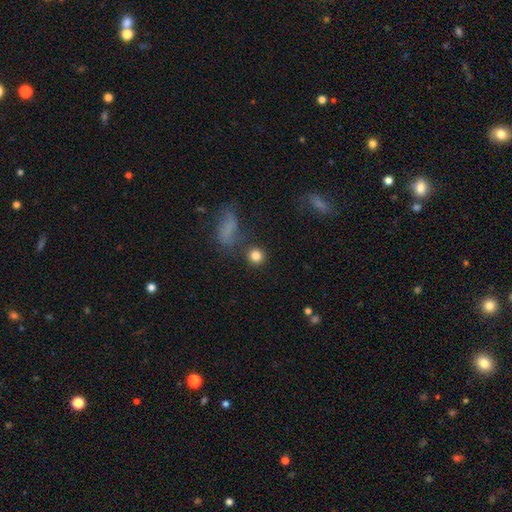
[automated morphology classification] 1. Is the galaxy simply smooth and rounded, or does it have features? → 82% smooth, 11% star or artifact, 7% featured or disk.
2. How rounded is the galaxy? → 89% round, 9% in between, 1% cigar-shaped.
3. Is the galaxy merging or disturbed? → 76% none, 11% merger, 9% minor disturbance, 5% major disturbance.